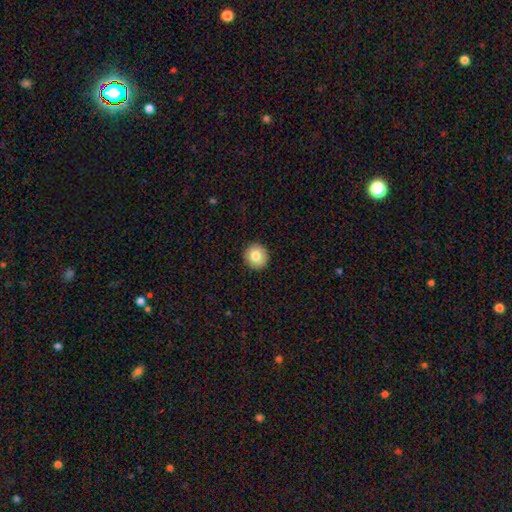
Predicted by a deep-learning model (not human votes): Smooth or featured: smooth — 82% (featured or disk — 10%)
How rounded: round — 92% (in between — 7%)
Merging: none — 92% (minor disturbance — 5%)